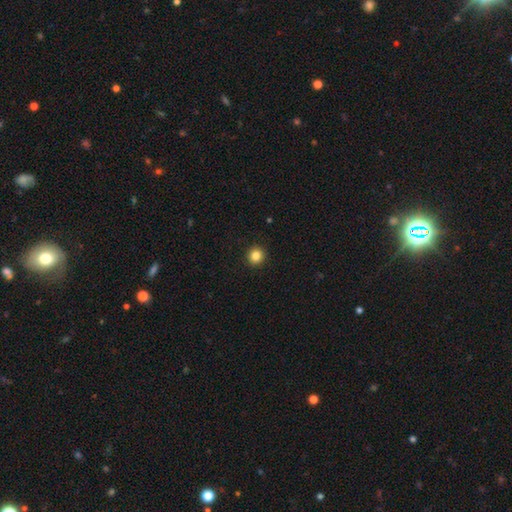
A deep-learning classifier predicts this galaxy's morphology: smooth-or-featured: smooth: 85% | star or artifact: 11% | featured or disk: 4%
  how-rounded: round: 94% | in between: 5% | cigar-shaped: 1%
  merging: none: 93% | minor disturbance: 4% | major disturbance: 1% | merger: 1%